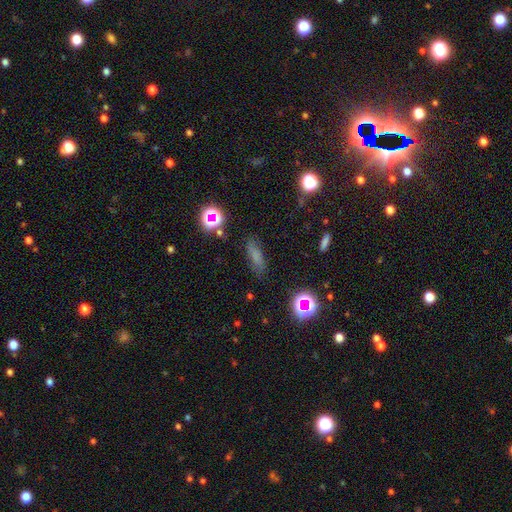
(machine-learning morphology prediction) smooth_or_featured: smooth (p=0.67) [alt: star or artifact p=0.17]
how_rounded: in between (p=0.52) [alt: cigar-shaped p=0.42]
merging: none (p=0.77) [alt: minor disturbance p=0.15]